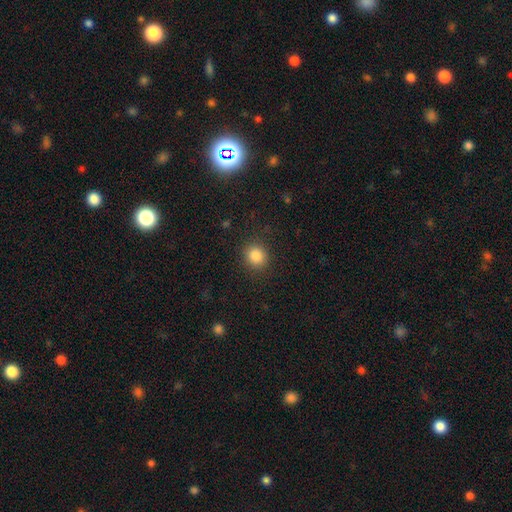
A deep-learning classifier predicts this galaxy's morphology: This appears to be a smooth galaxy with no disk features (86%) that is round (82%). Merging: none (88%).